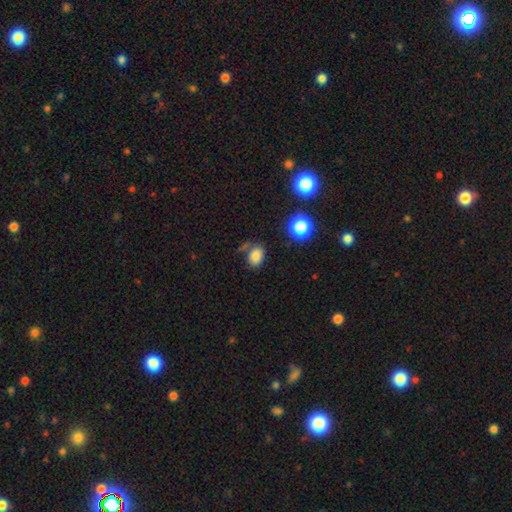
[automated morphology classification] A smooth galaxy with no disk features (81%) that is in between round and cigar-shaped (71%). Merging: none (65%).